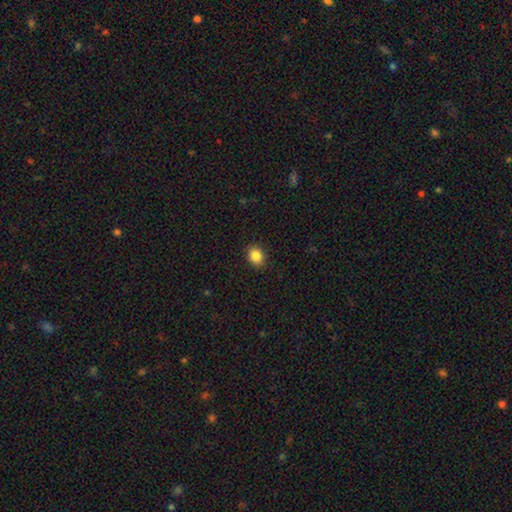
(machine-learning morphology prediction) type=smooth (86%); roundness=round (57%); merging=none (89%).